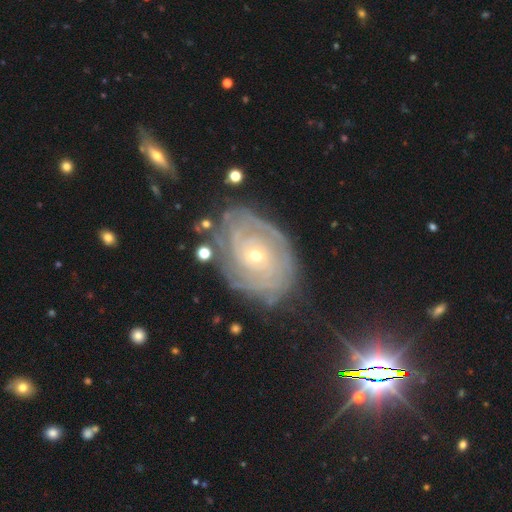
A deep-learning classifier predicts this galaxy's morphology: smooth-or-featured: featured or disk: 83% | smooth: 9% | star or artifact: 8%
  disk-edge-on: no: 96% | yes: 4%
    bar: no: 74% | weak: 20% | strong: 6%
    has-spiral-arms: yes: 94% | no: 6%
      spiral-winding: tight: 79% | medium: 17% | loose: 4%
      spiral-arm-count: can't tell: 41% | 2: 18% | 3: 14% | 4: 12% | more than 4: 9% | 1: 6%
    bulge-size: small: 70% | moderate: 27% | large: 1% | none: 1% | dominant: 1%
  merging: none: 73% | minor disturbance: 18% | major disturbance: 7% | merger: 2%